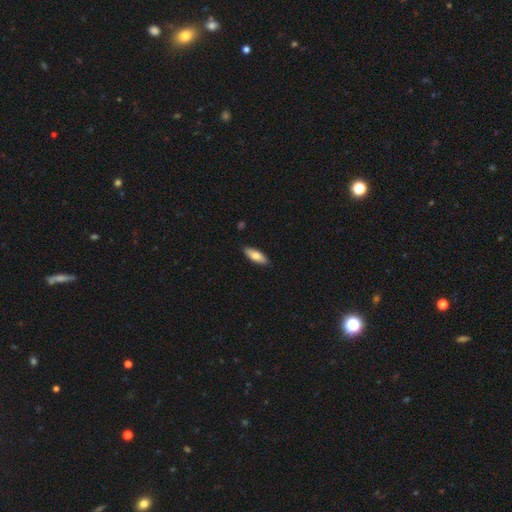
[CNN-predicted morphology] A smooth galaxy with no disk features (77%) that is in between round and cigar-shaped (67%).

Vote fractions:
- Smooth or featured? smooth: 77% / featured or disk: 17% / star or artifact: 6%
- How rounded? in between: 67% / cigar-shaped: 31% / round: 2%
- Merging? none: 88% / minor disturbance: 9% / major disturbance: 2% / merger: 1%